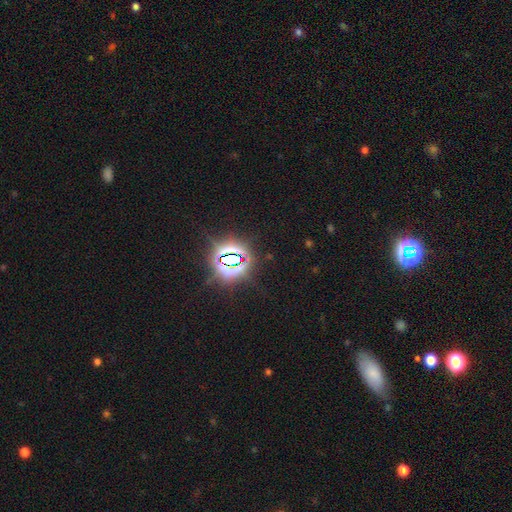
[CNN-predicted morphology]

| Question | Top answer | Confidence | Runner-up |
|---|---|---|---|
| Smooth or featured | star or artifact | 81% | smooth (12%) |